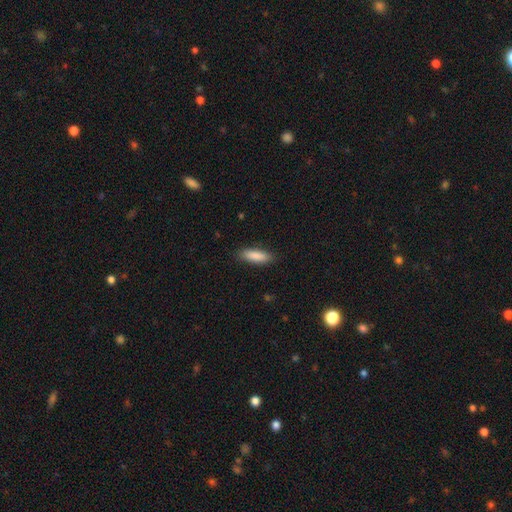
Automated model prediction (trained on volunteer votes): smooth 88%, star or artifact 6%, featured or disk 6%. Down the decision tree: how rounded — in between (52%); merging — none (87%).